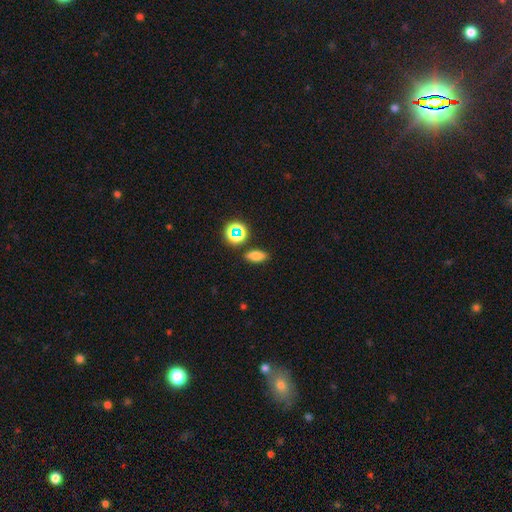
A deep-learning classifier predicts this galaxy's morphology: smooth-or-featured: smooth: 73% | star or artifact: 17% | featured or disk: 10%
  how-rounded: in between: 74% | cigar-shaped: 17% | round: 10%
  merging: none: 85% | minor disturbance: 9% | merger: 3% | major disturbance: 3%